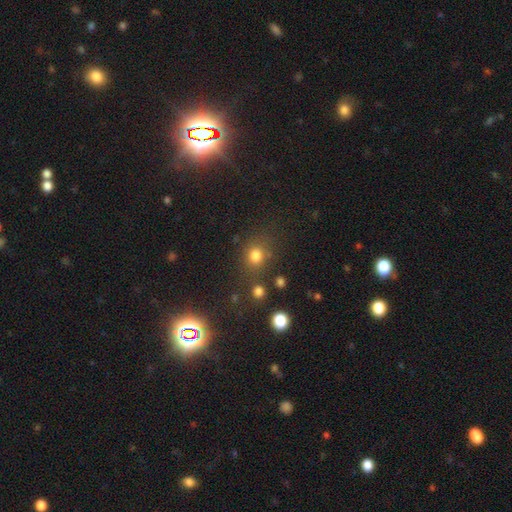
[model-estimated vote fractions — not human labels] A smooth galaxy with no disk features (77%) that is round (77%).

Vote fractions:
- Smooth or featured? smooth: 77% / star or artifact: 16% / featured or disk: 6%
- How rounded? round: 77% / in between: 22% / cigar-shaped: 1%
- Merging? none: 71% / minor disturbance: 13% / merger: 10% / major disturbance: 7%